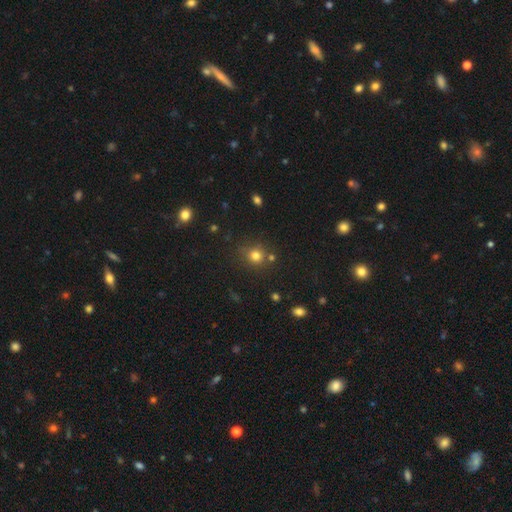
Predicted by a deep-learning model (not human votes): Overall: smooth (76%). How rounded: round (88%). Merging: none (75%).